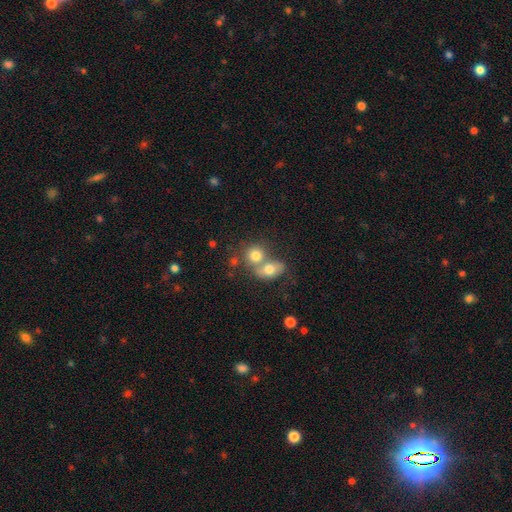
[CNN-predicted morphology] Smooth or featured? Predicted: smooth (p=0.76). How rounded? Predicted: round (p=0.68). Merging? Predicted: merger (p=0.56).